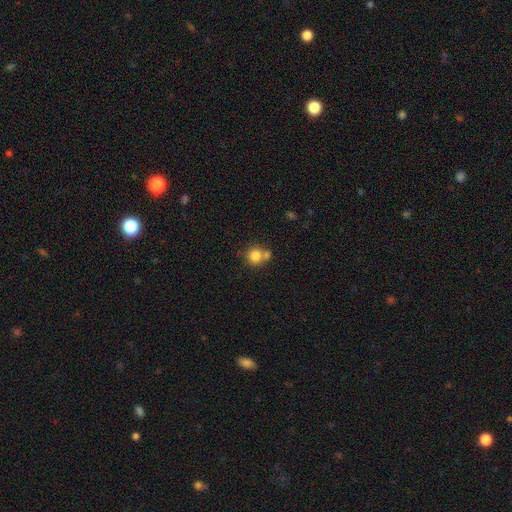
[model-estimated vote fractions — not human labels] Overall: smooth (81%). How rounded: round (91%). Merging: none (55%; merger 32%).